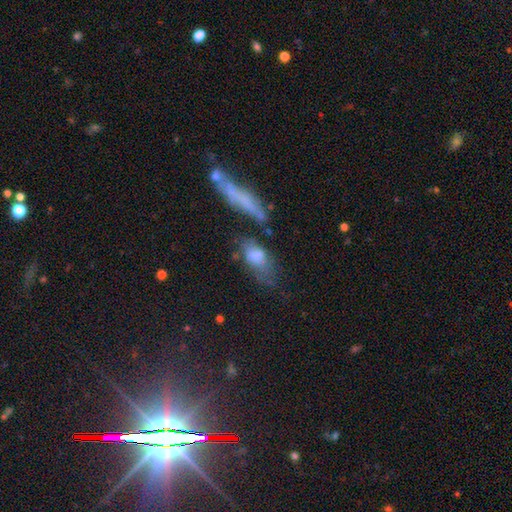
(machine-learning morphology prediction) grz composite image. It shows a smooth galaxy with no disk features (61%) that is in between round and cigar-shaped (68%). Merging: none (41%).